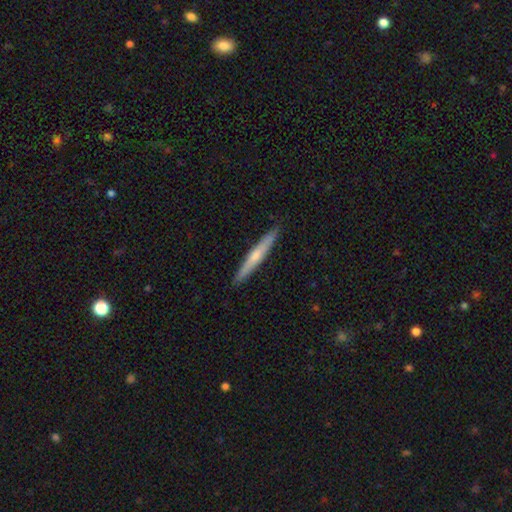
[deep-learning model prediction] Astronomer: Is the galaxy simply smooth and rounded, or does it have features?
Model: featured or disk — 48% (runner-up: smooth, 47%).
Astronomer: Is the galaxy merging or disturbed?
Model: none — 91%.